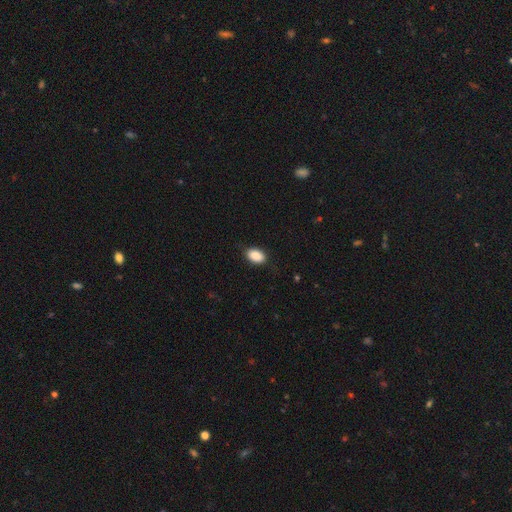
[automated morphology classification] type=smooth (89%); roundness=in between (89%); merging=none (83%).